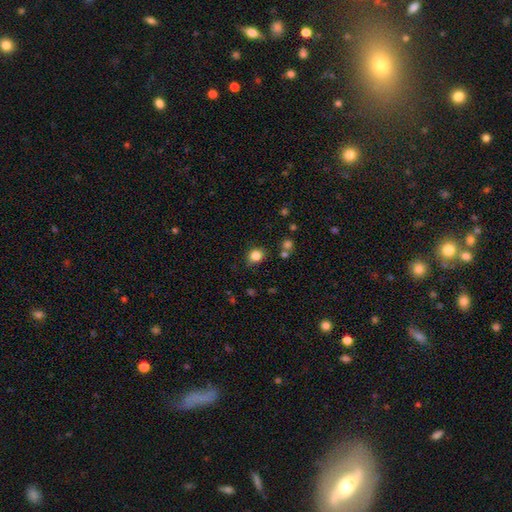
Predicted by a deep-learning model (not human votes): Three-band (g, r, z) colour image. It shows a smooth galaxy with no disk features (84%) that is round (67%). Merging: none (79%).